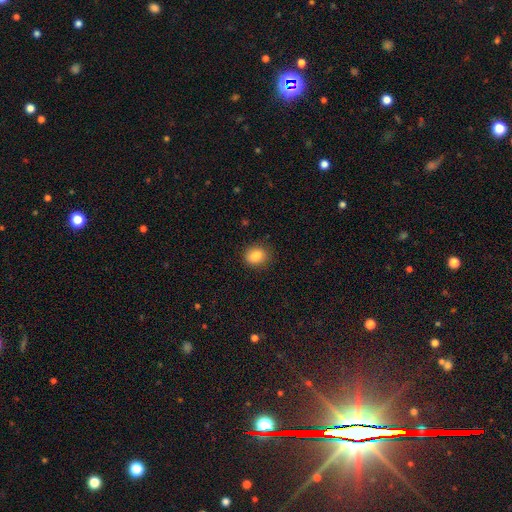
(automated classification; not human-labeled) Smooth or featured?
  - smooth: 86% *
  - star or artifact: 9%
  - featured or disk: 5%
How rounded?
  - round: 56% *
  - in between: 43%
  - cigar-shaped: 1%
Merging?
  - none: 86% *
  - minor disturbance: 11%
  - major disturbance: 3%
  - merger: 1%